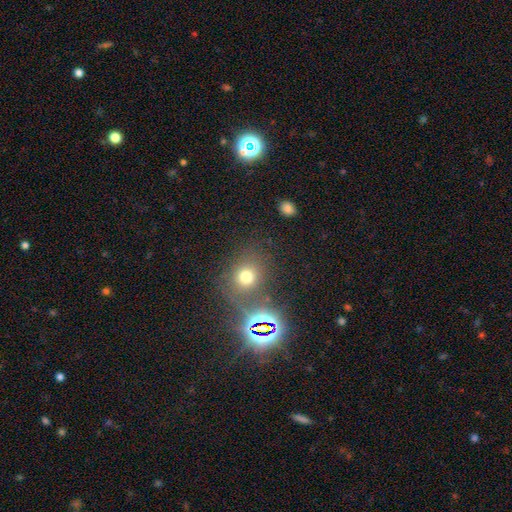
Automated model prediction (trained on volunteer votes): A star or artifact, not a galaxy (53%).

Vote fractions:
- Smooth or featured? star or artifact: 53% / smooth: 39% / featured or disk: 9%